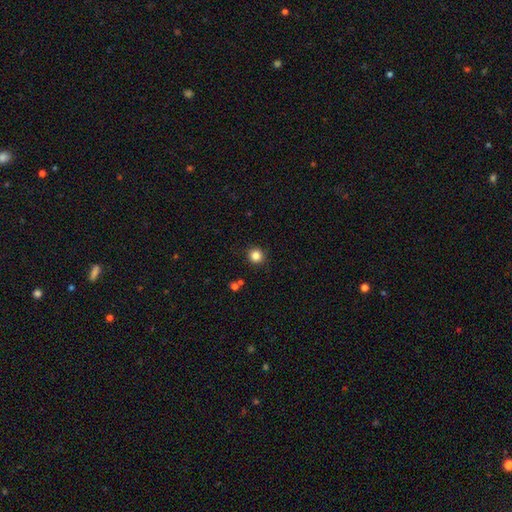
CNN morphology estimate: This appears to be a smooth galaxy with no disk features (83%) that is round (94%). Merging: none (91%).